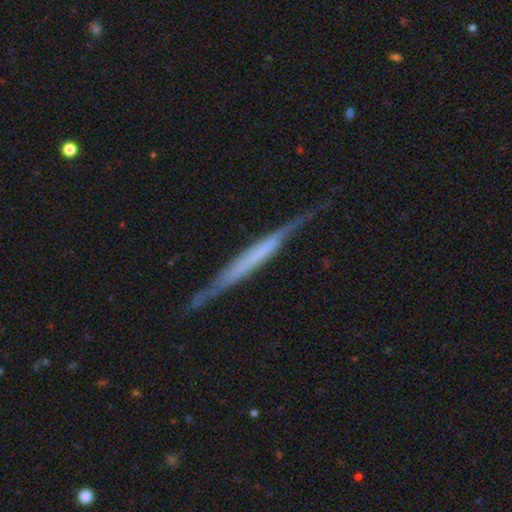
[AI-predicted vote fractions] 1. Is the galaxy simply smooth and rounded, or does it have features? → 68% featured or disk, 26% smooth, 6% star or artifact.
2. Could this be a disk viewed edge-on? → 94% yes, 6% no.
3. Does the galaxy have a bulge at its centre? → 74% none, 17% boxy, 10% rounded.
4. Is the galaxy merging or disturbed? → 76% none, 18% minor disturbance, 4% major disturbance, 2% merger.